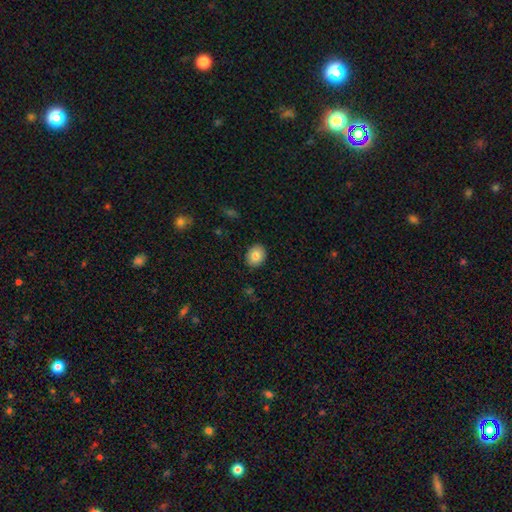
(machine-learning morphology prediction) This appears to be a smooth galaxy with no disk features (83%) that is round (51%). Merging: none (90%).